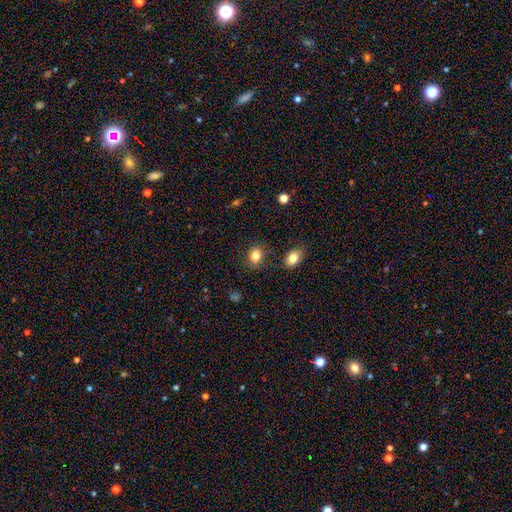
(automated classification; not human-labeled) This is clearly a smooth galaxy (83%). How rounded: possibly in between (57%). Merging: clearly none (84%).